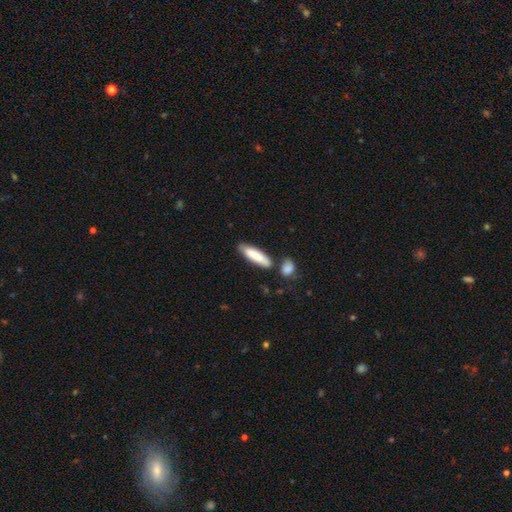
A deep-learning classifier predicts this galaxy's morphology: A smooth galaxy with no disk features (82%) that is cigar-shaped (67%).

Vote fractions:
- Smooth or featured? smooth: 82% / featured or disk: 12% / star or artifact: 6%
- How rounded? cigar-shaped: 67% / in between: 32% / round: 2%
- Merging? none: 65% / minor disturbance: 17% / merger: 14% / major disturbance: 4%